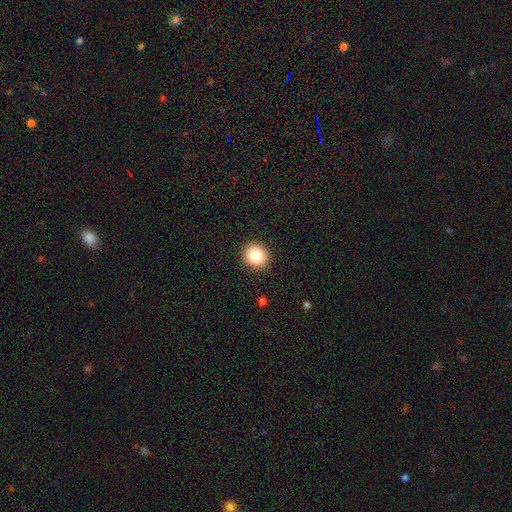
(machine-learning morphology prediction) This is clearly a smooth galaxy (84%). How rounded: likely round (80%). Merging: clearly none (91%).